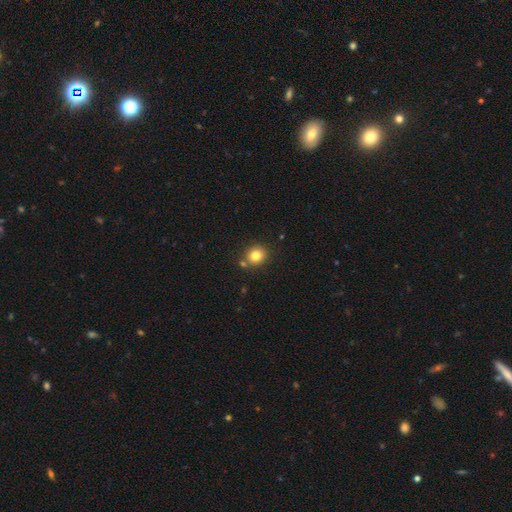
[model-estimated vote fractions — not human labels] The model was most divided on "how rounded": round: 82%, in between: 17%, cigar-shaped: 1%. More confident: smooth or featured — smooth (80%); merging — none (77%).